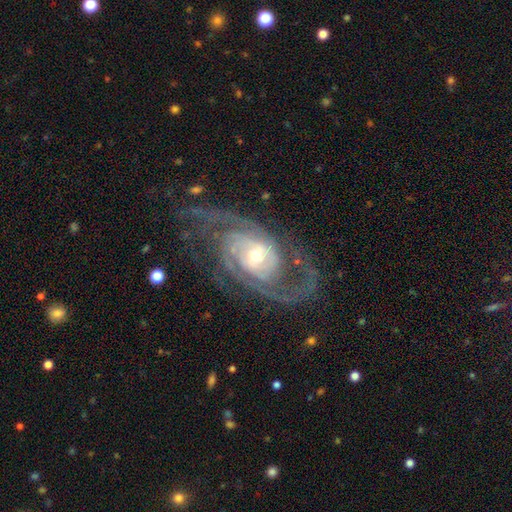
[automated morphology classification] The model was most divided on "spiral winding": medium: 44%, tight: 43%, loose: 13%. Remaining: spiral arms — yes (98%); edge-on disk — no (97%); smooth or featured — featured or disk (91%); merging — none (68%); bar — no (57%); bulge size — small (56%); spiral arm count — 2 (48%).